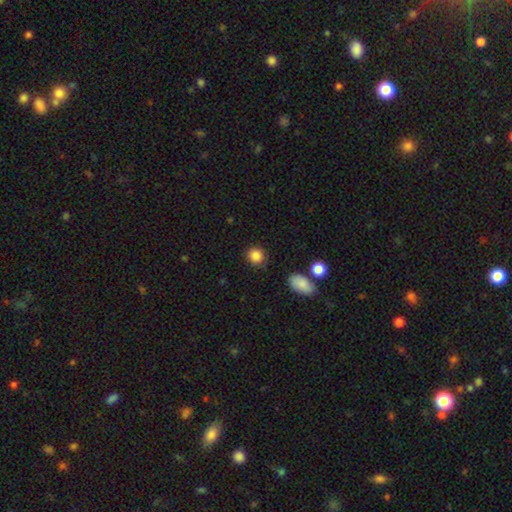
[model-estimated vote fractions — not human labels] Morphology: type=smooth (87%); roundness=round (86%); merging=none (85%).